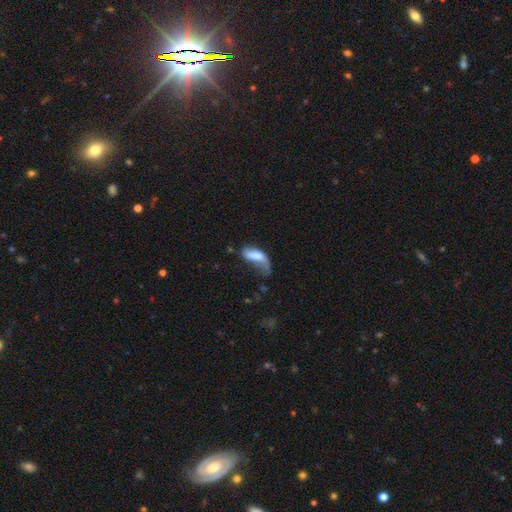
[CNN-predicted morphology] Smooth or featured? smooth (55%)
How rounded? in between (75%)
Merging? major disturbance (43%)